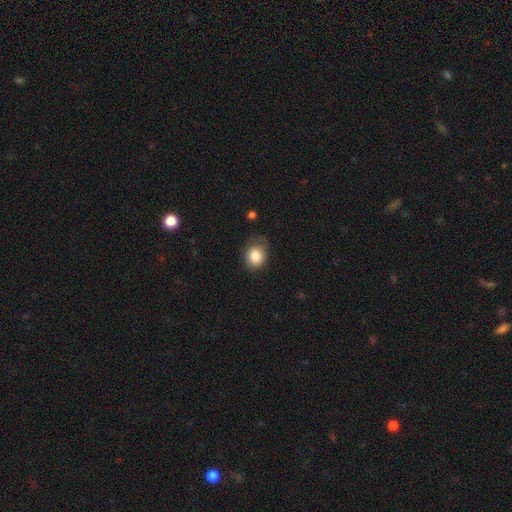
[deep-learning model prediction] Overall: smooth (84%). How rounded: round (61%; in between 38%). Merging: none (65%; minor disturbance 26%).